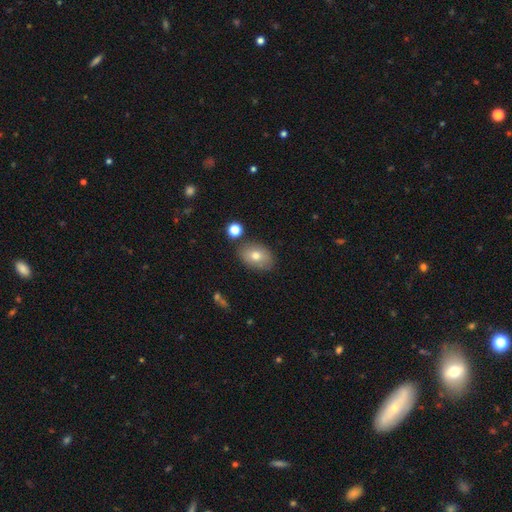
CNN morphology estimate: A smooth galaxy with no disk features (74%) that is in between round and cigar-shaped (79%).

Vote fractions:
- Smooth or featured? smooth: 74% / featured or disk: 17% / star or artifact: 9%
- How rounded? in between: 79% / round: 19% / cigar-shaped: 1%
- Merging? none: 79% / minor disturbance: 13% / merger: 5% / major disturbance: 3%